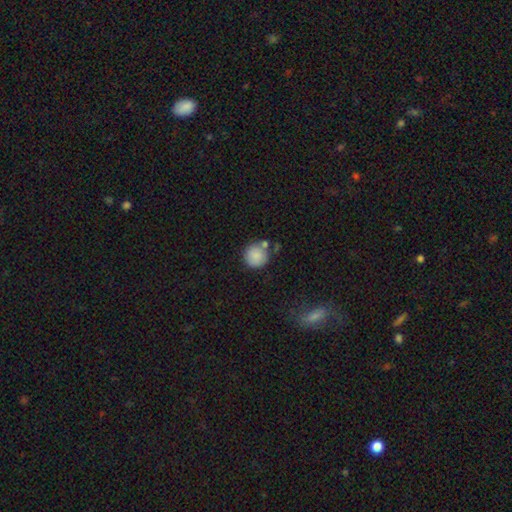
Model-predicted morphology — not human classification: This is clearly a smooth galaxy (86%). How rounded: clearly round (94%). Merging: likely none (70%).